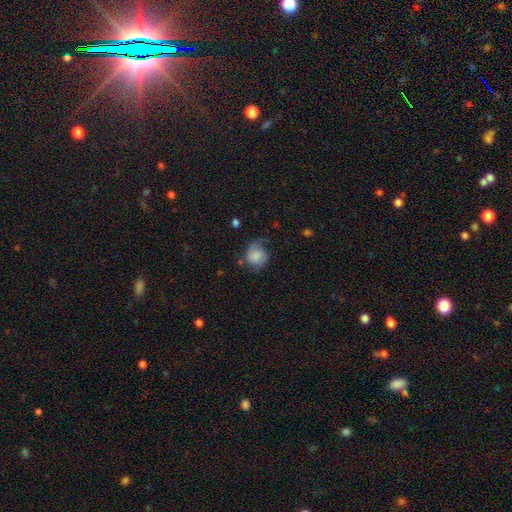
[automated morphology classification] type=smooth (62%); roundness=round (74%); merging=none (47%).